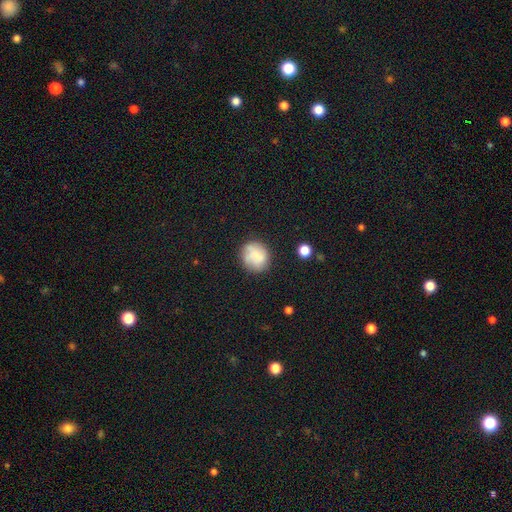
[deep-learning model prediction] smooth_or_featured: smooth (p=0.71) [alt: featured or disk p=0.19]
how_rounded: round (p=0.85) [alt: in between p=0.14]
merging: none (p=0.74) [alt: minor disturbance p=0.17]